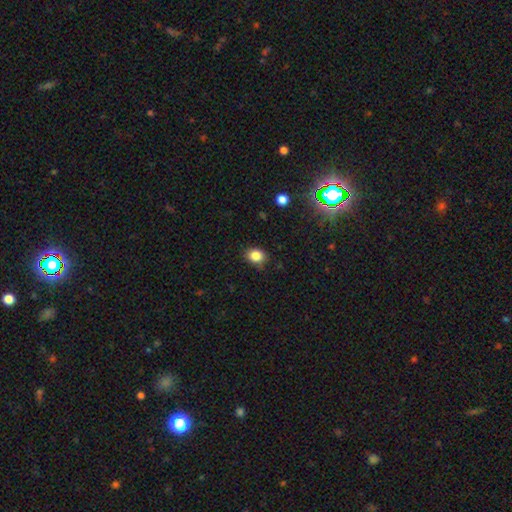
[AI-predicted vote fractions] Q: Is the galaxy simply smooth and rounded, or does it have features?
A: smooth — 84%.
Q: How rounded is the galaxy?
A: round — 52%.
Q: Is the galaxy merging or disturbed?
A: none — 81%.